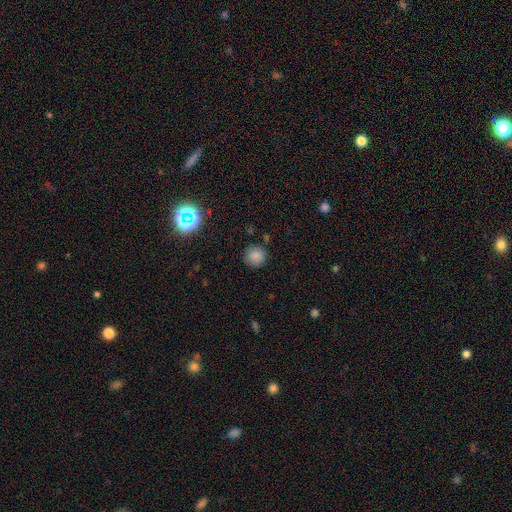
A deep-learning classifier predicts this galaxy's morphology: Smooth or featured? Predicted: smooth (p=0.82). How rounded? Predicted: round (p=0.93). Merging? Predicted: none (p=0.86).